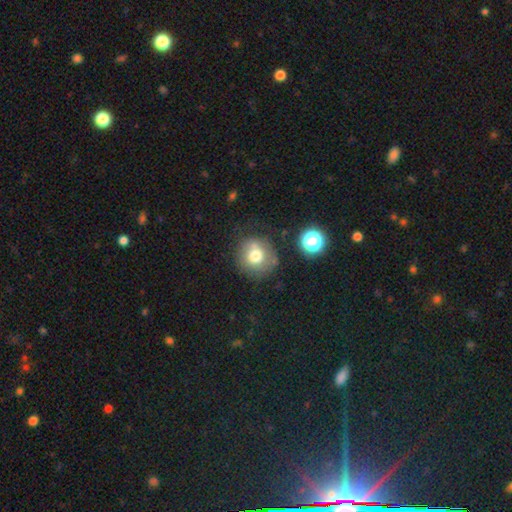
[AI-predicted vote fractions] Smooth or featured: smooth — 70% (featured or disk — 17%)
How rounded: round — 89% (in between — 10%)
Merging: none — 67% (minor disturbance — 19%)